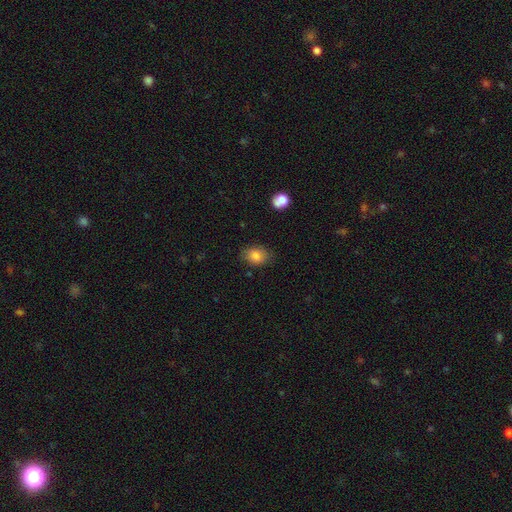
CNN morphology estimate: Overall: smooth (84%). How rounded: in between (64%; round 35%). Merging: none (78%).